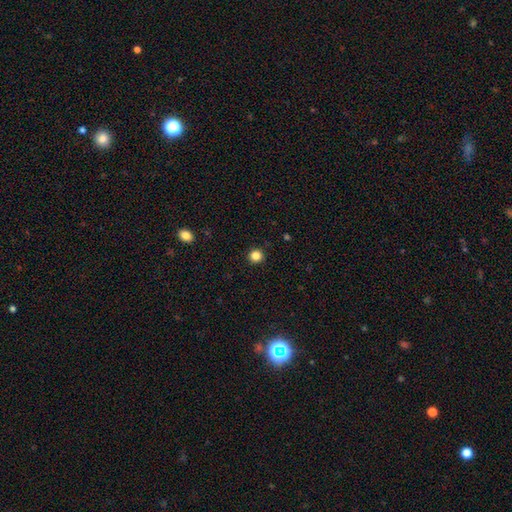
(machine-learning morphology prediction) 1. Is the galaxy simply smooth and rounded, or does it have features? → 85% smooth, 12% star or artifact, 3% featured or disk.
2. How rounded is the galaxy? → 94% round, 5% in between, 1% cigar-shaped.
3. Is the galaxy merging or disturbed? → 93% none, 5% minor disturbance, 2% major disturbance, 1% merger.